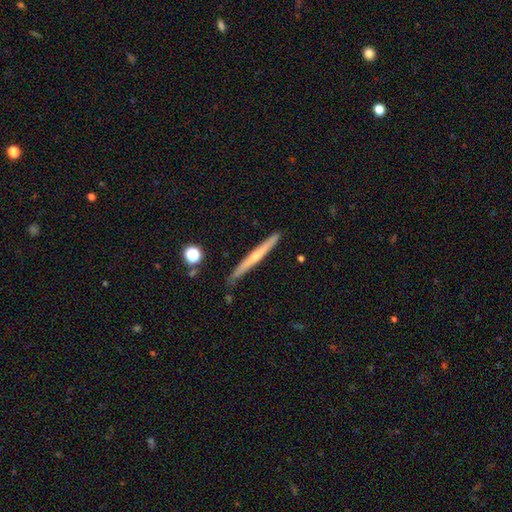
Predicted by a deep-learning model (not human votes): smooth-or-featured: featured or disk: 57% | smooth: 37% | star or artifact: 6%
  disk-edge-on: yes: 97% | no: 3%
    edge-on-bulge: rounded: 56% | none: 40% | boxy: 3%
  merging: none: 86% | minor disturbance: 10% | merger: 2% | major disturbance: 2%